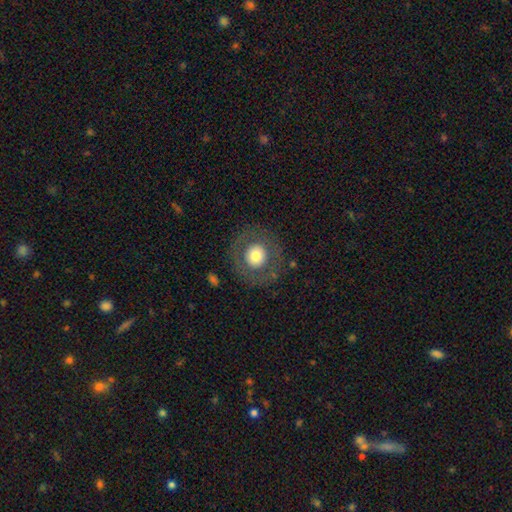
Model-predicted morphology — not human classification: Q: Smooth or featured?
A: smooth (62%); runner-up: featured or disk (29%)
Q: How rounded?
A: round (93%); runner-up: in between (6%)
Q: Merging?
A: none (83%); runner-up: minor disturbance (9%)